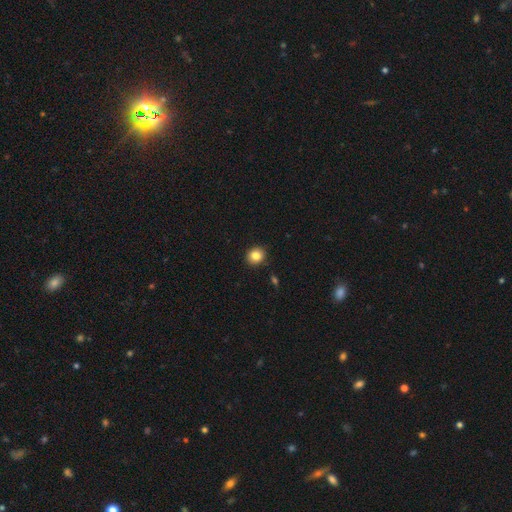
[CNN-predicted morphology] smooth-or-featured: smooth: 84% | star or artifact: 10% | featured or disk: 6%
  how-rounded: round: 81% | in between: 18% | cigar-shaped: 1%
  merging: none: 90% | minor disturbance: 7% | major disturbance: 2% | merger: 1%